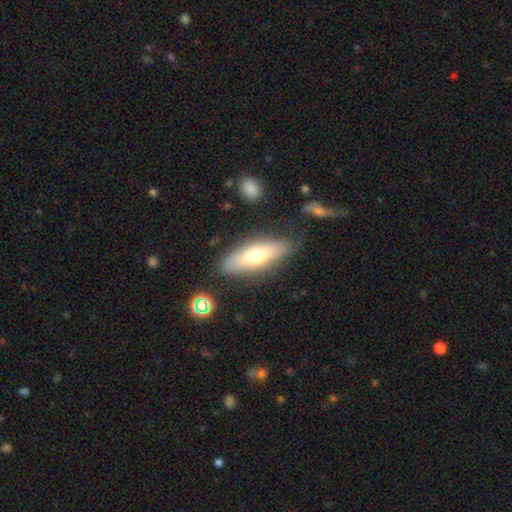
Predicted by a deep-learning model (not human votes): smooth 60%, featured or disk 33%, star or artifact 7%. Down the decision tree: how rounded — in between (55%); merging — none (80%).